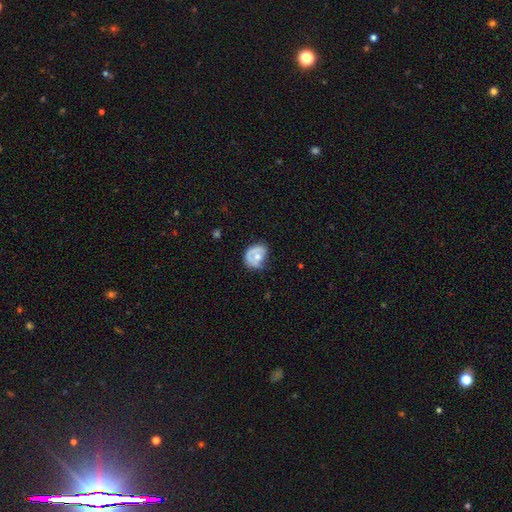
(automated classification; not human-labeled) A smooth galaxy with no disk features (47%).

Vote fractions:
- Smooth or featured? smooth: 47% / featured or disk: 45% / star or artifact: 7%
- Merging? none: 40% / minor disturbance: 32% / major disturbance: 22% / merger: 6%